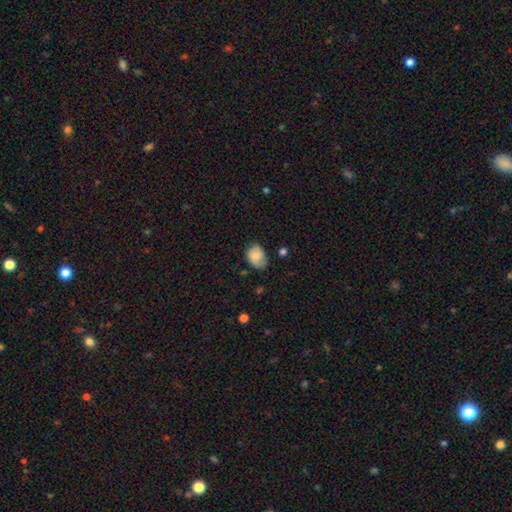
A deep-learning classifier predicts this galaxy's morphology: This appears to be a smooth galaxy with no disk features (78%) that is in between round and cigar-shaped (72%). Merging: none (60%).